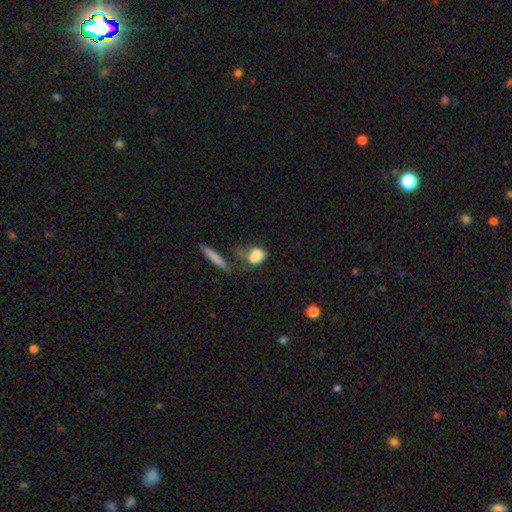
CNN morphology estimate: A smooth galaxy with no disk features (71%) that is in between round and cigar-shaped (56%). Merging: merger (39%).